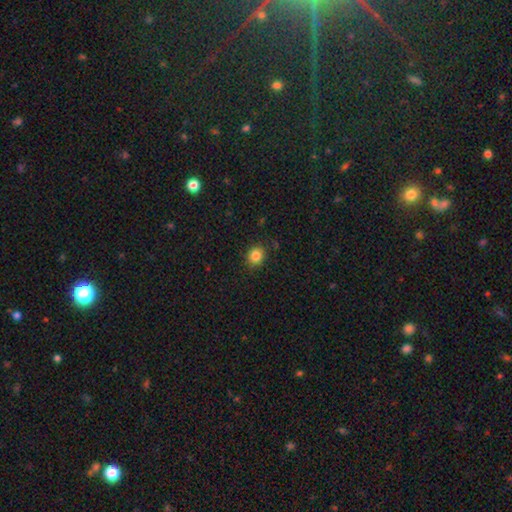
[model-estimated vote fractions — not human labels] smooth_or_featured: smooth (p=0.84) [alt: star or artifact p=0.11]
how_rounded: round (p=0.72) [alt: in between p=0.27]
merging: none (p=0.87) [alt: minor disturbance p=0.09]